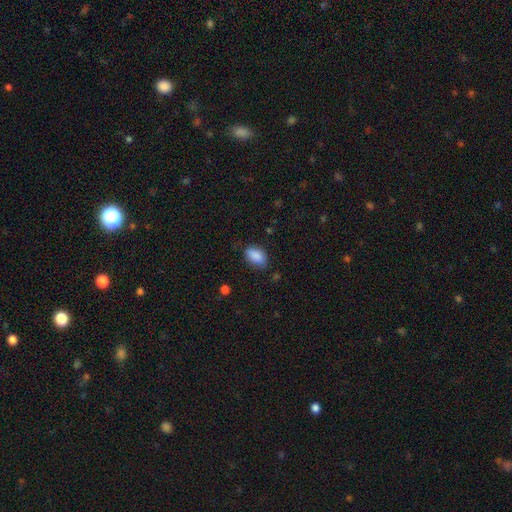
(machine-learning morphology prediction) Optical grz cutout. It shows a smooth galaxy with no disk features (88%) that is in between round and cigar-shaped (91%). Merging: none (76%).